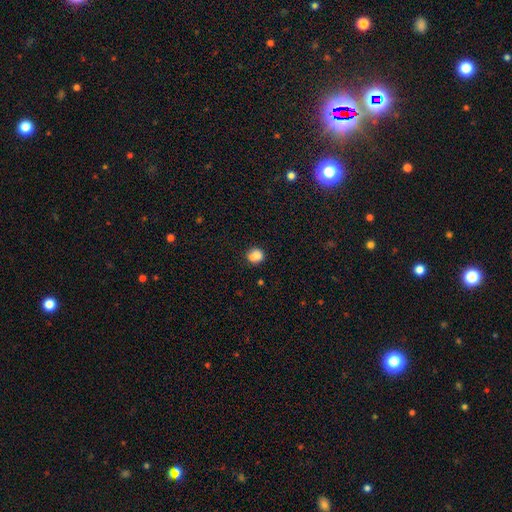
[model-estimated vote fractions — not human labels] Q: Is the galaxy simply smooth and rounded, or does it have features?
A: smooth — 85%.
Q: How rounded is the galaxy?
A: round — 77%.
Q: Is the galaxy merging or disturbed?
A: none — 74%.